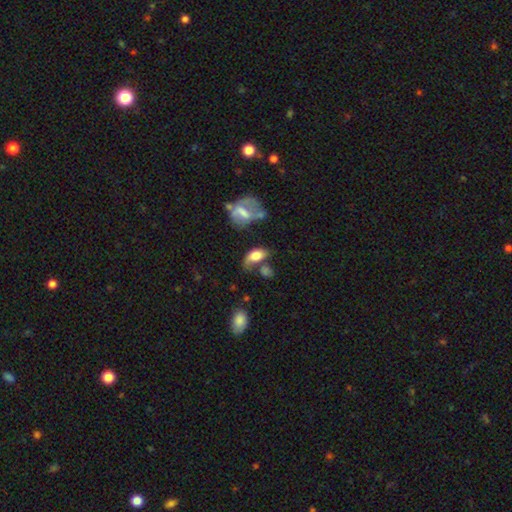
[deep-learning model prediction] This appears to be a smooth galaxy with no disk features (71%) that is in between round and cigar-shaped (88%). Merging: none (37%).